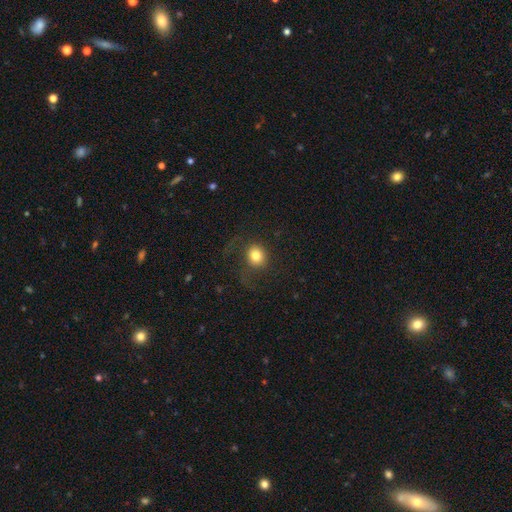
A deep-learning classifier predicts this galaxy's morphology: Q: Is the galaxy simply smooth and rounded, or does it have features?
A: smooth — 79%.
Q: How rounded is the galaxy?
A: round — 77%.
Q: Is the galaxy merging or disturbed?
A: none — 65%.